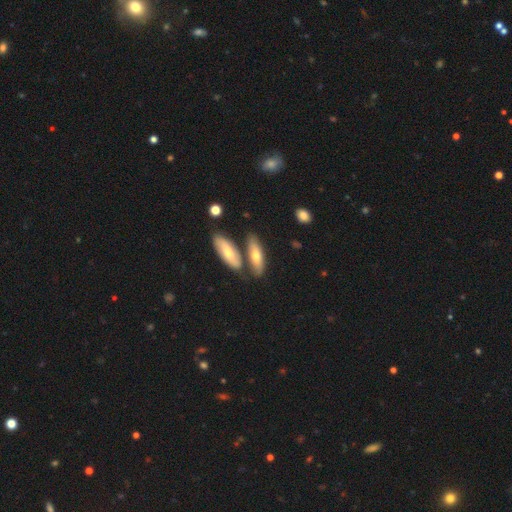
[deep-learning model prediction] Smooth or featured: smooth — 60% (featured or disk — 34%)
How rounded: in between — 52% (cigar-shaped — 45%)
Merging: none — 57% (merger — 27%)